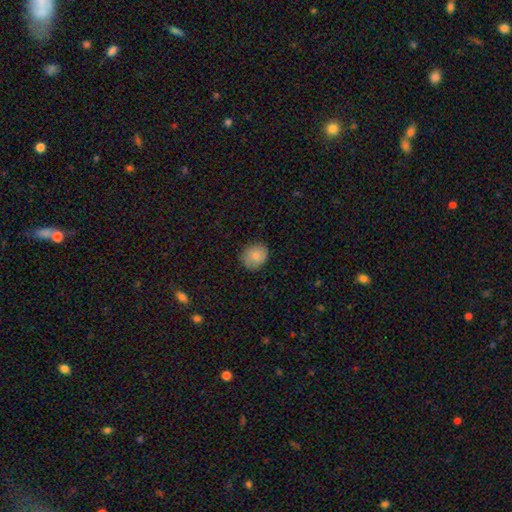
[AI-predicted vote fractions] Smooth or featured: smooth — 84% (featured or disk — 9%)
How rounded: round — 66% (in between — 33%)
Merging: none — 83% (minor disturbance — 14%)